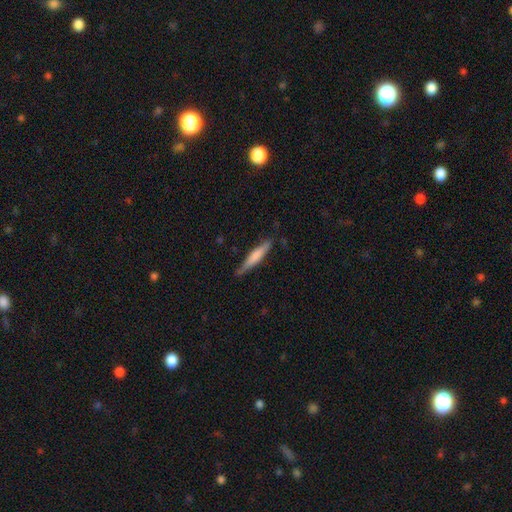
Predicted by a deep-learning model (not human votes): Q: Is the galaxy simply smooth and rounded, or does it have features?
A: smooth — 61%.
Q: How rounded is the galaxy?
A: cigar-shaped — 90%.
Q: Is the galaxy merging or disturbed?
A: none — 78%.